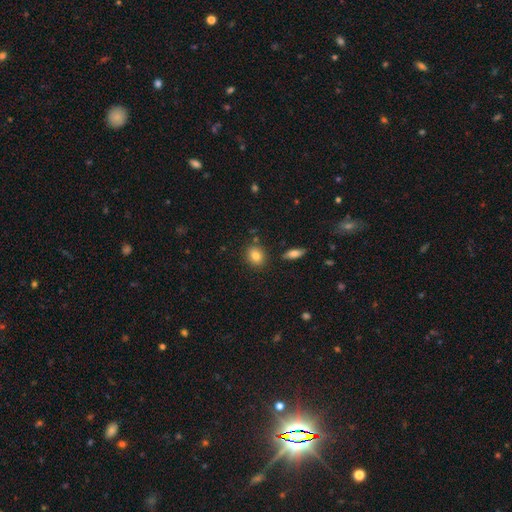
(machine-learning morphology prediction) This appears to be a smooth galaxy with no disk features (83%) that is round (61%). Merging: none (84%).